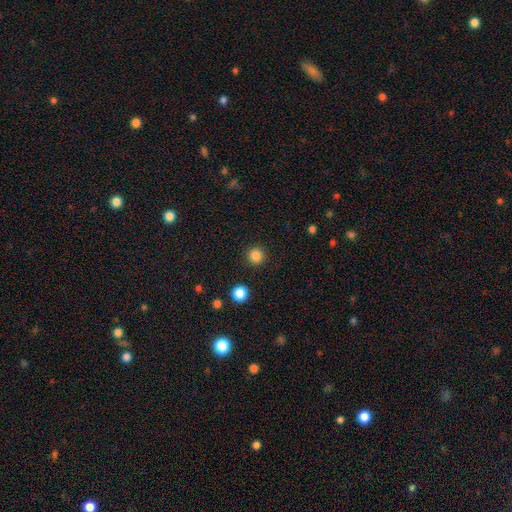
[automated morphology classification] This appears to be a smooth galaxy with no disk features (85%) that is round (95%). Merging: none (92%).